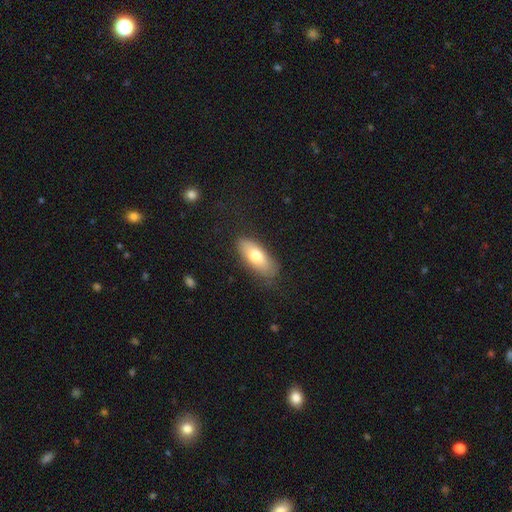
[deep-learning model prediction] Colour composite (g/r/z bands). It shows a smooth galaxy with no disk features (75%) that is in between round and cigar-shaped (80%). Merging: none (79%).